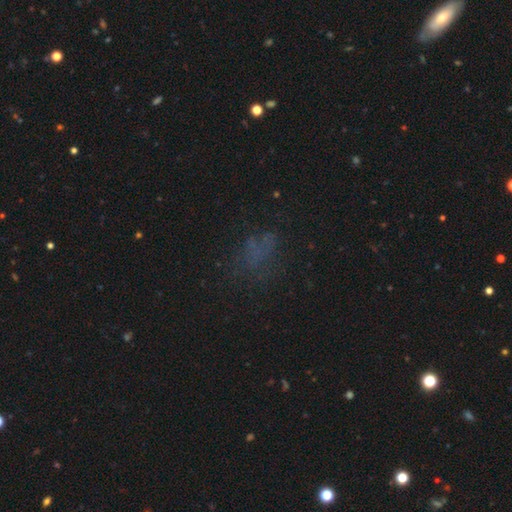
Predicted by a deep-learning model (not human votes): A smooth galaxy with no disk features (43%).

Vote fractions:
- Smooth or featured? smooth: 43% / star or artifact: 35% / featured or disk: 23%
- Merging? none: 58% / major disturbance: 21% / minor disturbance: 18% / merger: 4%